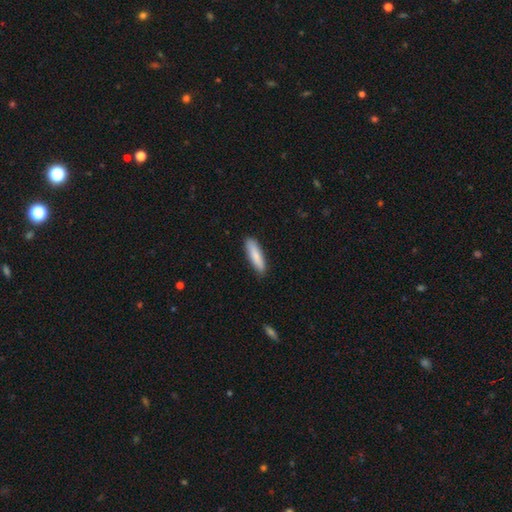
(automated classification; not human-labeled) Smooth or featured: smooth — 85% (featured or disk — 10%)
How rounded: cigar-shaped — 71% (in between — 27%)
Merging: none — 88% (minor disturbance — 9%)